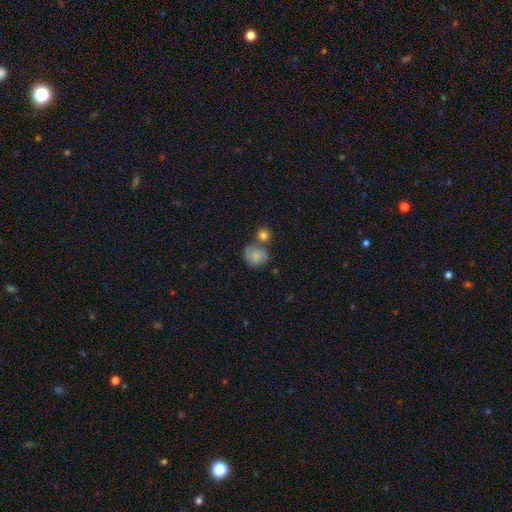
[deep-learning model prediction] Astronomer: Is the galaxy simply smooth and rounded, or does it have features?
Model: featured or disk — 46% (runner-up: smooth, 45%).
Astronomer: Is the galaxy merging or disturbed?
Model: none — 50%.